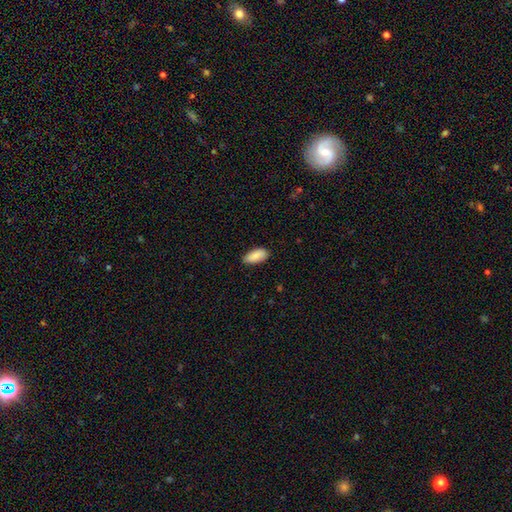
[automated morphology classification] Smooth or featured?
  - smooth: 88% *
  - star or artifact: 6%
  - featured or disk: 5%
How rounded?
  - in between: 91% *
  - cigar-shaped: 8%
  - round: 2%
Merging?
  - none: 80% *
  - minor disturbance: 17%
  - major disturbance: 2%
  - merger: 1%